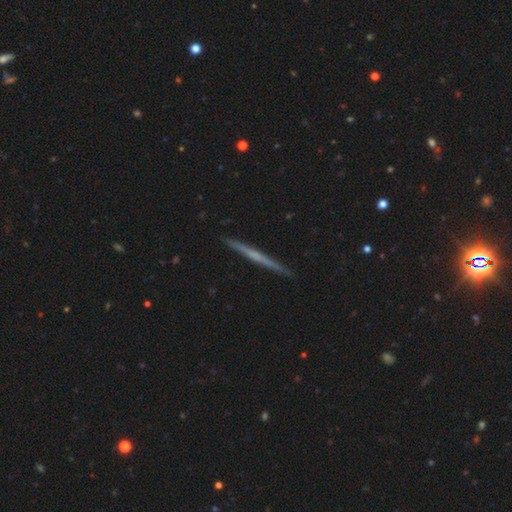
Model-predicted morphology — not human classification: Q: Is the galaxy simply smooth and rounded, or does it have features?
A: featured or disk — 63%.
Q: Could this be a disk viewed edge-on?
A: yes — 98%.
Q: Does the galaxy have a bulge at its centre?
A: none — 73%.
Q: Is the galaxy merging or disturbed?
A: none — 91%.